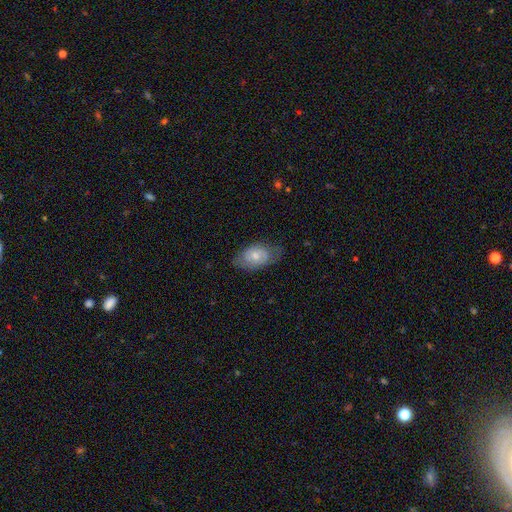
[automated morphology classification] Smooth or featured? Predicted: smooth (p=0.60). How rounded? Predicted: in between (p=0.89). Merging? Predicted: none (p=0.63).